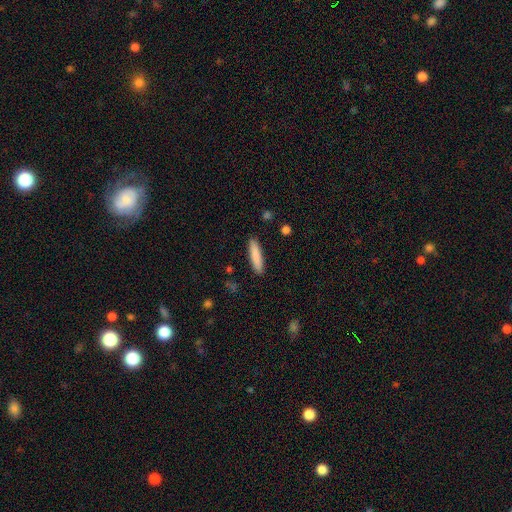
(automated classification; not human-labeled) Smooth or featured?
  - smooth: 85% *
  - featured or disk: 9%
  - star or artifact: 6%
How rounded?
  - cigar-shaped: 82% *
  - in between: 16%
  - round: 1%
Merging?
  - none: 90% *
  - minor disturbance: 7%
  - major disturbance: 2%
  - merger: 1%